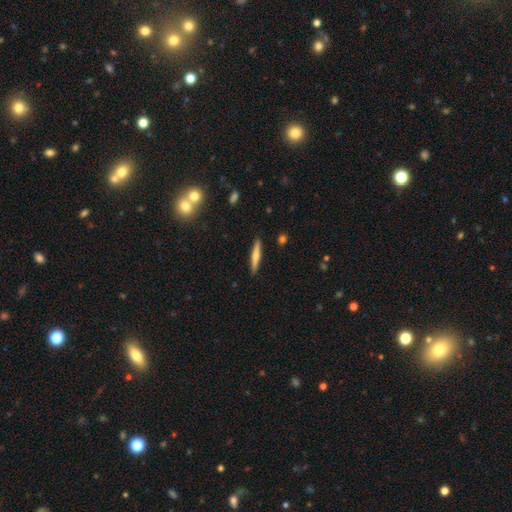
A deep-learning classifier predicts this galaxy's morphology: Smooth or featured? smooth (50%)
Merging? none (90%)